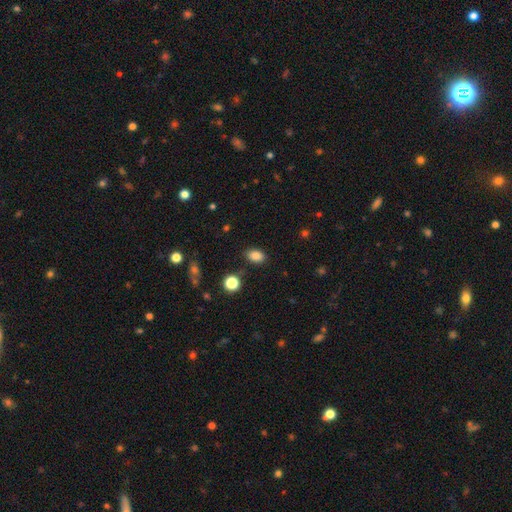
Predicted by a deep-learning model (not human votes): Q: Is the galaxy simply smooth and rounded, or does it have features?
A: smooth — 84%.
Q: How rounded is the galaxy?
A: in between — 81%.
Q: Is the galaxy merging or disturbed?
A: none — 83%.